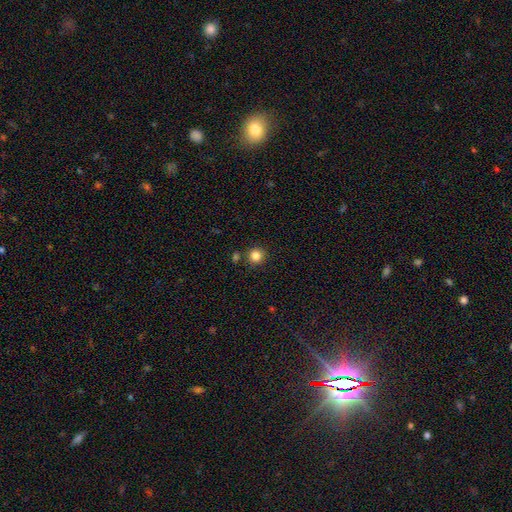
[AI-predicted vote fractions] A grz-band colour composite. It shows a smooth galaxy with no disk features (84%) that is round (92%). Merging: none (85%).